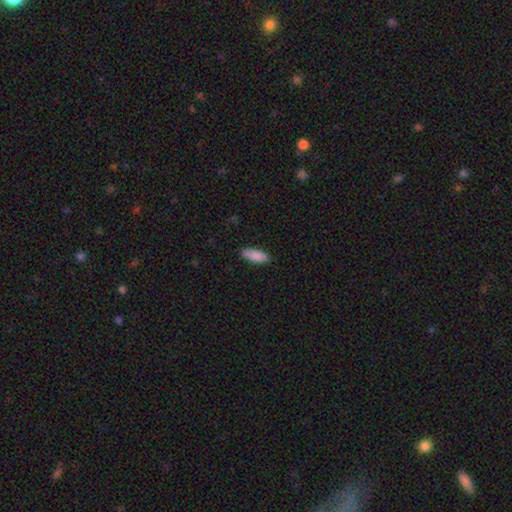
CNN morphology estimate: This is clearly a smooth galaxy (89%). How rounded: likely in between (72%). Merging: clearly none (85%).